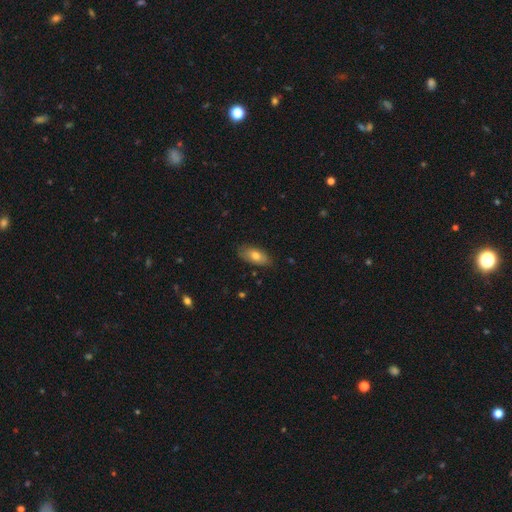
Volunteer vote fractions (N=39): smooth-or-featured: smooth: 62% | featured or disk: 33% | star or artifact: 5%
  how-rounded: in between: 79% | cigar-shaped: 17% | round: 4%
  merging: none: 81% | minor disturbance: 14% | major disturbance: 3% | merger: 3%